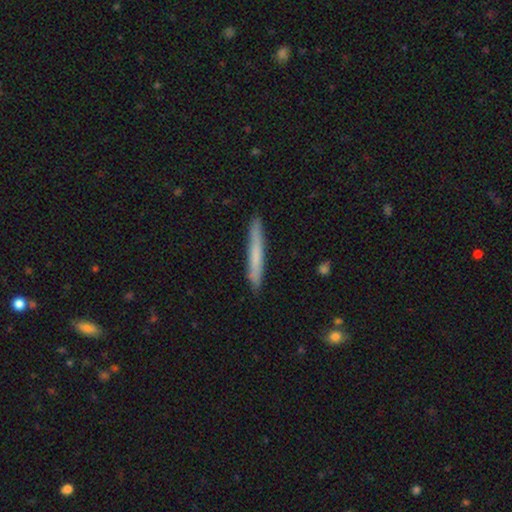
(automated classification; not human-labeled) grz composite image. It shows a smooth galaxy with no disk features (65%) that is cigar-shaped (97%). Merging: none (89%).